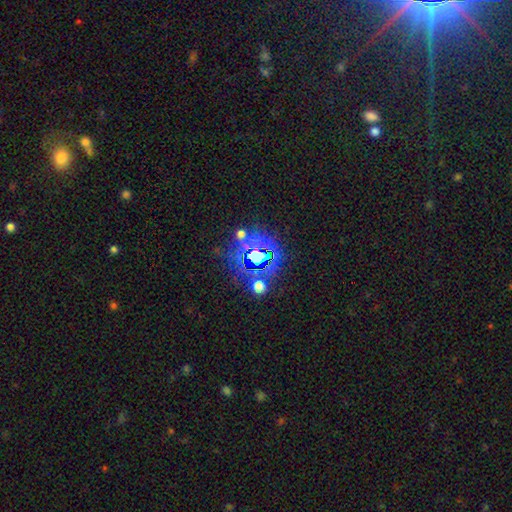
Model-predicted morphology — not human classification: star or artifact 73%, smooth 17%, featured or disk 10%.